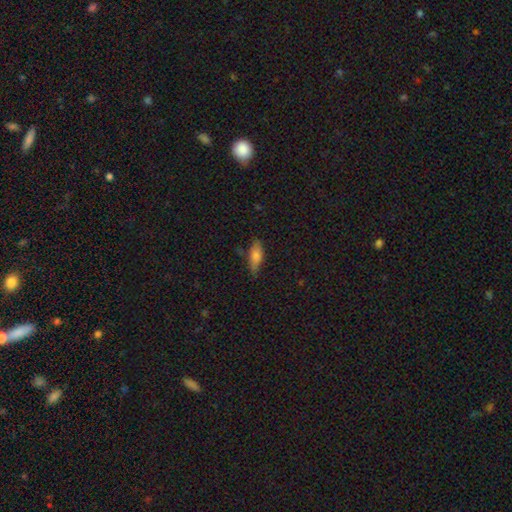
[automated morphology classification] This is likely a smooth galaxy (76%). How rounded: likely in between (72%). Merging: likely none (71%).